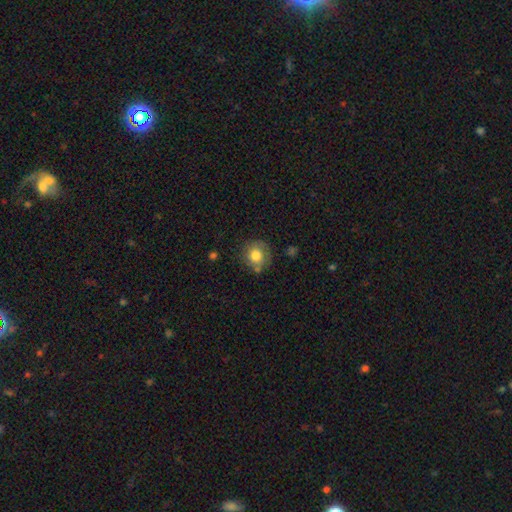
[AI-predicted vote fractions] smooth_or_featured: smooth (p=0.77) [alt: featured or disk p=0.14]
how_rounded: round (p=0.88) [alt: in between p=0.11]
merging: none (p=0.70) [alt: minor disturbance p=0.19]